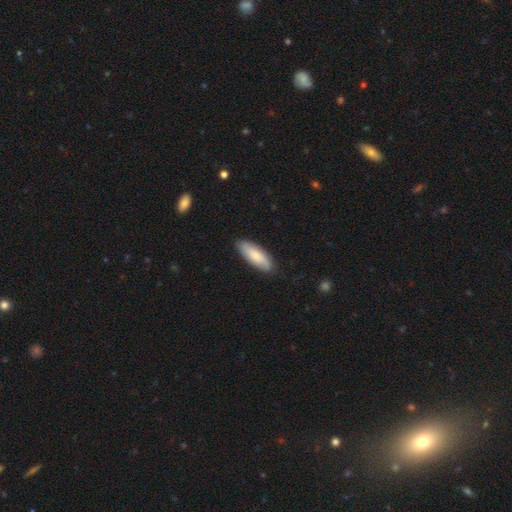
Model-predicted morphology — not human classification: A smooth galaxy with no disk features (70%) that is in between round and cigar-shaped (69%). Merging: none (85%).